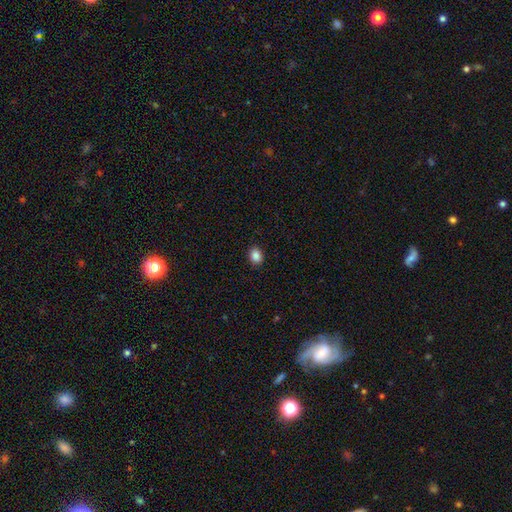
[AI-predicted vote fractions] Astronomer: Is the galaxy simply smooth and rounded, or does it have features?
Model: smooth — 87%.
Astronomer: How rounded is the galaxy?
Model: in between — 59% (runner-up: round, 41%).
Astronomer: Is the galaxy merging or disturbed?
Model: none — 90%.